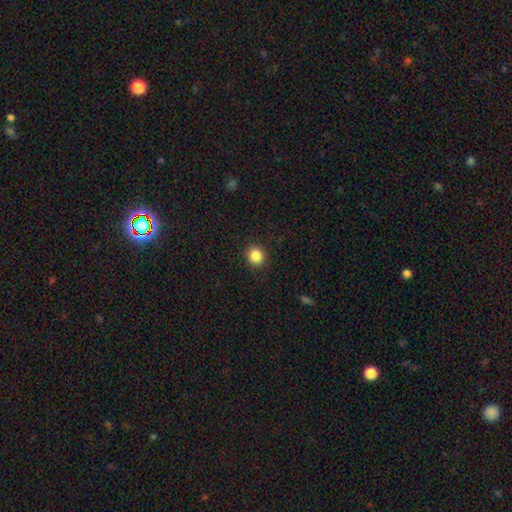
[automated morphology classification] Overall: smooth (87%). How rounded: round (85%). Merging: none (91%).